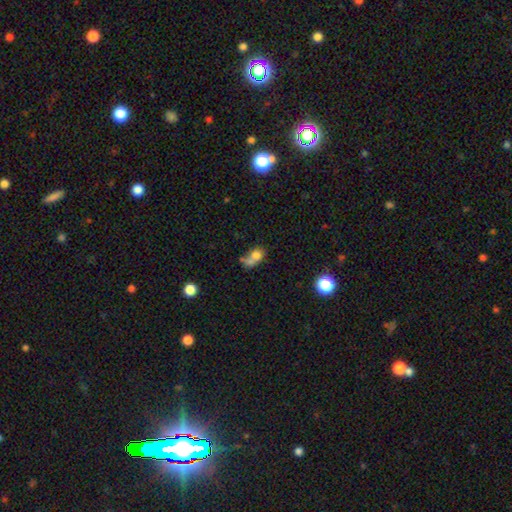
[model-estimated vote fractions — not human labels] This appears to be a smooth galaxy with no disk features (70%) that is round (53%). Merging: merger (59%).